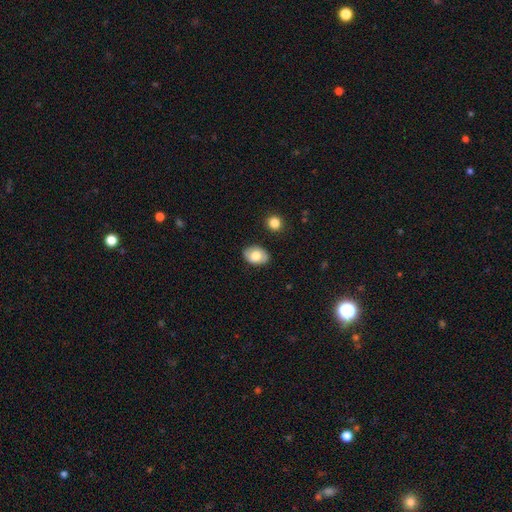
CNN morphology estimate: This appears to be a smooth galaxy with no disk features (73%) that is in between round and cigar-shaped (81%). Merging: none (85%).